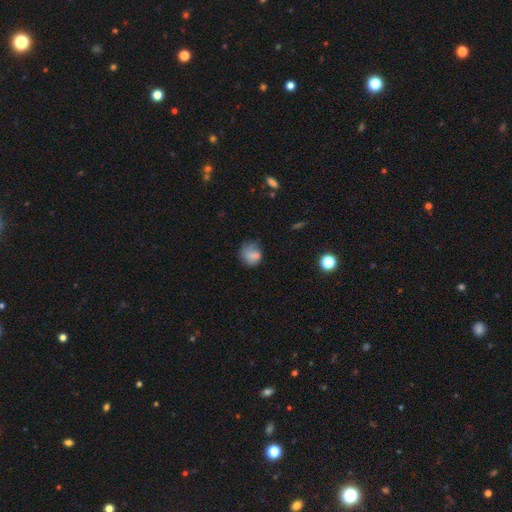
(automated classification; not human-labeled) This is likely a smooth galaxy (72%). How rounded: likely round (67%). Merging: possibly none (46%).